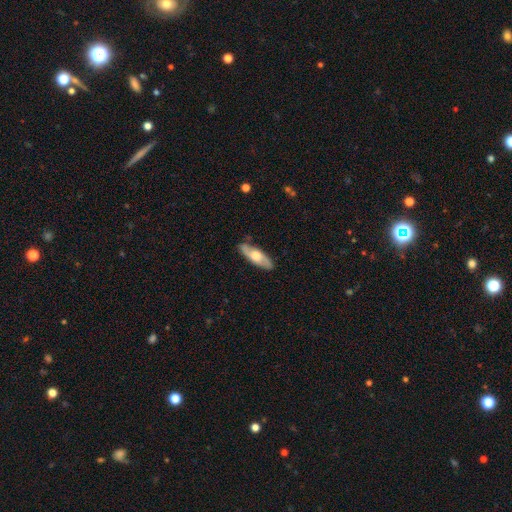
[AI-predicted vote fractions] This is possibly a featured or disk galaxy (51%). It is possibly not viewed edge-on (54%). Merging: clearly none (84%).